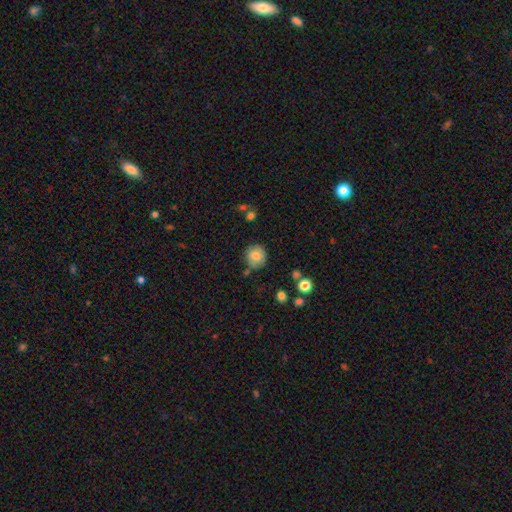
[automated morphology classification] smooth 78%, featured or disk 13%, star or artifact 9%. Down the decision tree: how rounded — round (84%); merging — none (74%).